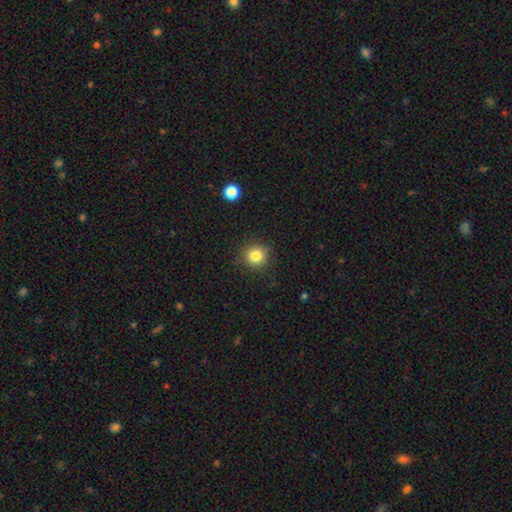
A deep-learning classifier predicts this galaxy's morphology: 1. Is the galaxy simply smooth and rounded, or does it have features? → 83% smooth, 11% star or artifact, 5% featured or disk.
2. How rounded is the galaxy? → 93% round, 6% in between, 1% cigar-shaped.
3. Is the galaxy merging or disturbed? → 89% none, 8% minor disturbance, 2% major disturbance, 1% merger.